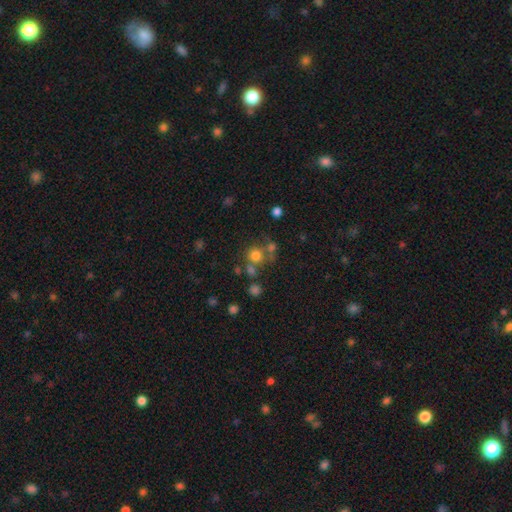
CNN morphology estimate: smooth_or_featured: smooth (p=0.72) [alt: star or artifact p=0.18]
how_rounded: round (p=0.90) [alt: in between p=0.09]
merging: none (p=0.62) [alt: merger p=0.23]